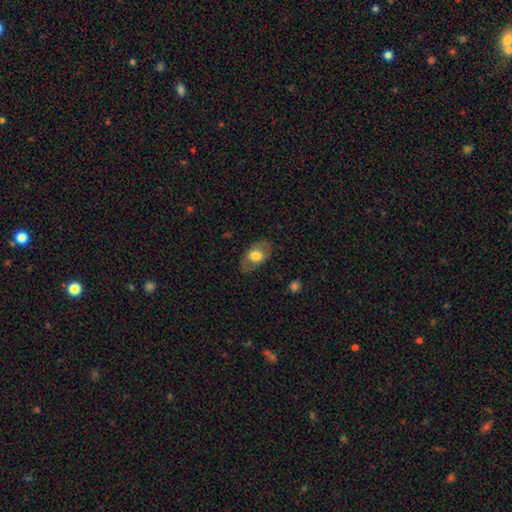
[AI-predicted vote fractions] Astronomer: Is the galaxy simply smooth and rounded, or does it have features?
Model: smooth — 66%.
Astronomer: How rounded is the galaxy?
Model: in between — 88%.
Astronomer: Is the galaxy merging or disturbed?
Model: none — 79%.